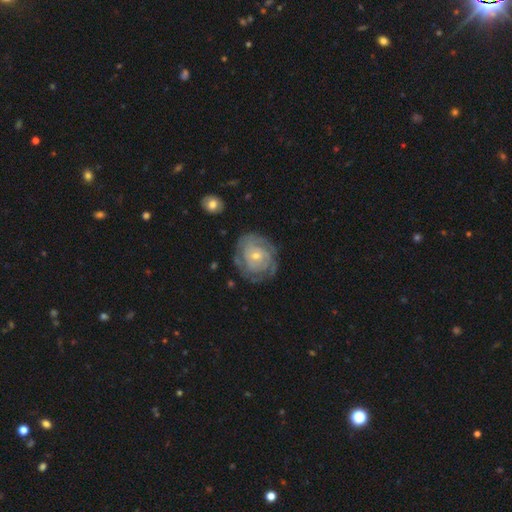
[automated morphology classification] type=featured or disk (80%); edge-on=no (97%); bar=no (71%); spiral arms=yes (92%); winding=tight (75%); arm count=can't tell (42%); bulge=small (63%); merging=none (74%).